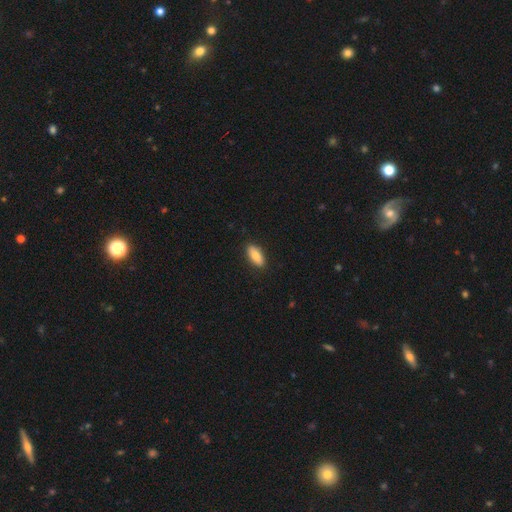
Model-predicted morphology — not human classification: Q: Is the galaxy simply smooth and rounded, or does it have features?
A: smooth — 84%.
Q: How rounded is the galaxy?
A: in between — 77%.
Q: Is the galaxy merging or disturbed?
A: none — 88%.